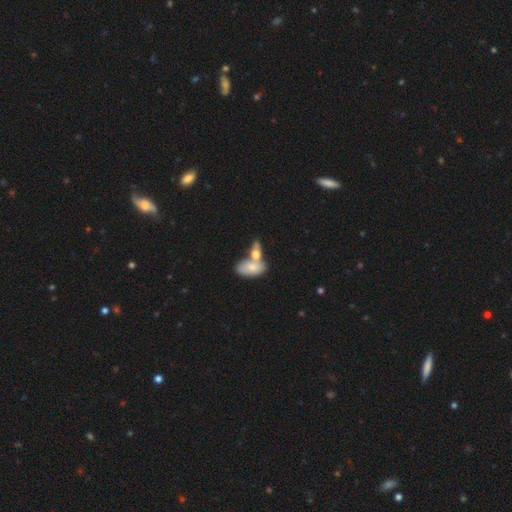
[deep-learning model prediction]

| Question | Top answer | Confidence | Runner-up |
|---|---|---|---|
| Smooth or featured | smooth | 70% | featured or disk (23%) |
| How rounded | in between | 87% | cigar-shaped (7%) |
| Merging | merger | 62% | none (25%) |